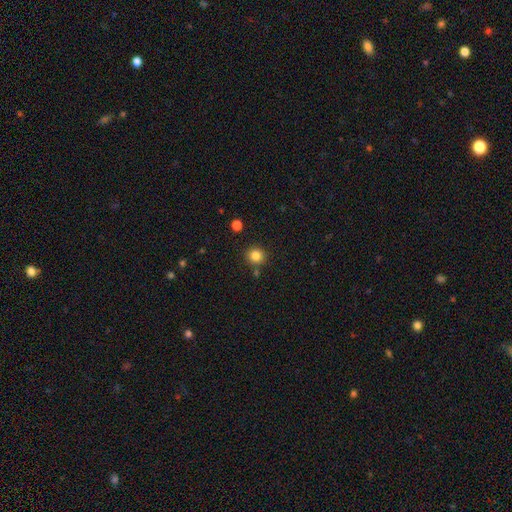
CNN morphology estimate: smooth_or_featured: smooth (p=0.83) [alt: star or artifact p=0.12]
how_rounded: round (p=0.92) [alt: in between p=0.07]
merging: none (p=0.85) [alt: minor disturbance p=0.07]